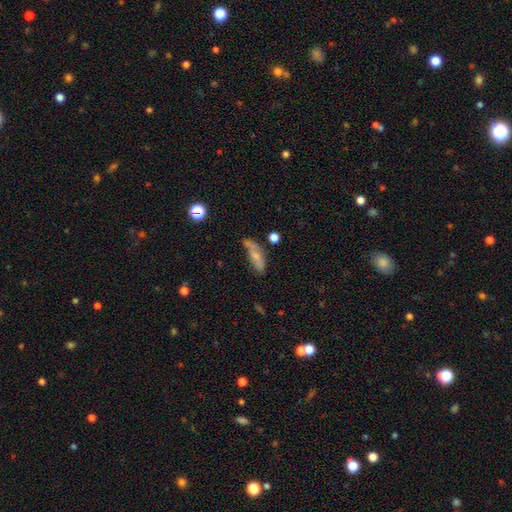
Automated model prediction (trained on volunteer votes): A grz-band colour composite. It shows a smooth galaxy with no disk features (57%) that is in between round and cigar-shaped (57%). Merging: none (46%).